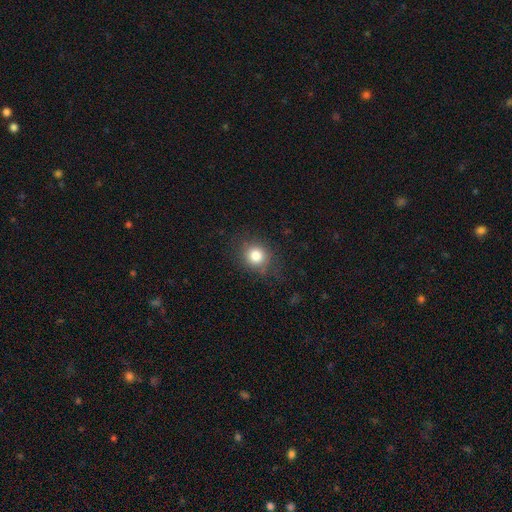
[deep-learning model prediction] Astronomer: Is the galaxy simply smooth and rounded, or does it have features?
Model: smooth — 82%.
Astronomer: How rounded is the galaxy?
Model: round — 80%.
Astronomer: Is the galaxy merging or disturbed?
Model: none — 78%.